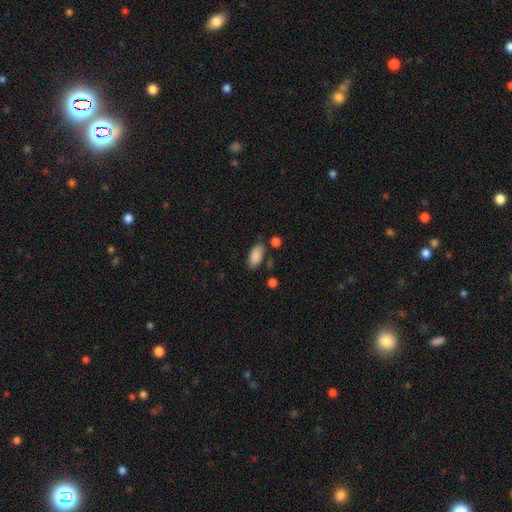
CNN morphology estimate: smooth 88%, star or artifact 7%, featured or disk 5%. Down the decision tree: how rounded — in between (91%); merging — none (73%).